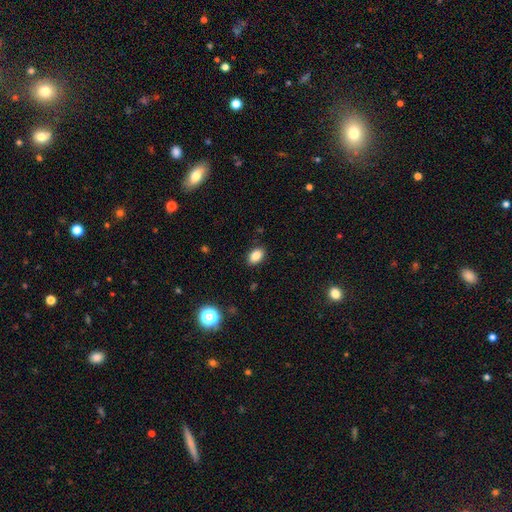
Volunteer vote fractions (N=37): Morphology: type=smooth (95%); roundness=in between (80%); merging=none (86%).